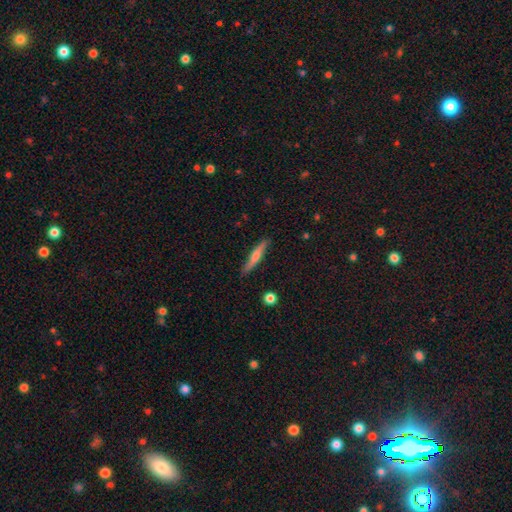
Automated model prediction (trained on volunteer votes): Q: Smooth or featured?
A: smooth (50%); runner-up: featured or disk (44%)
Q: Merging?
A: none (85%); runner-up: minor disturbance (12%)